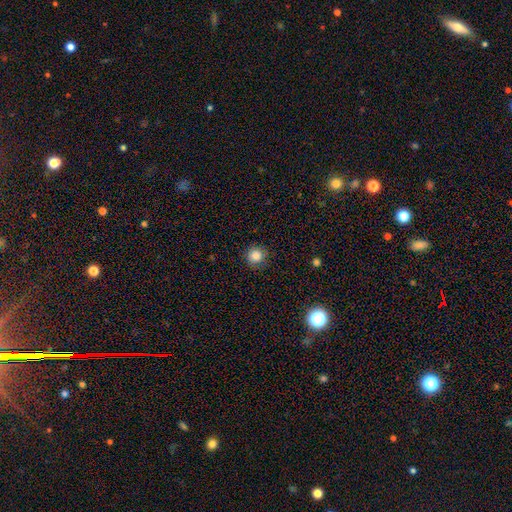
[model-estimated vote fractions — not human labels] This is clearly a smooth galaxy (85%). How rounded: clearly round (93%). Merging: clearly none (86%).